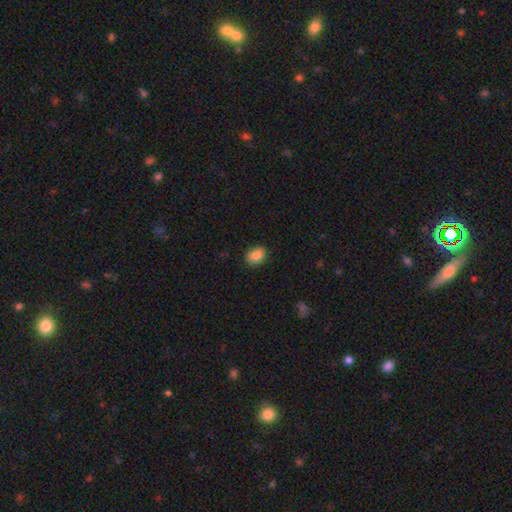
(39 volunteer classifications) This appears to be a smooth galaxy with no disk features (87%) that is in between round and cigar-shaped (62%). Merging: none (86%).